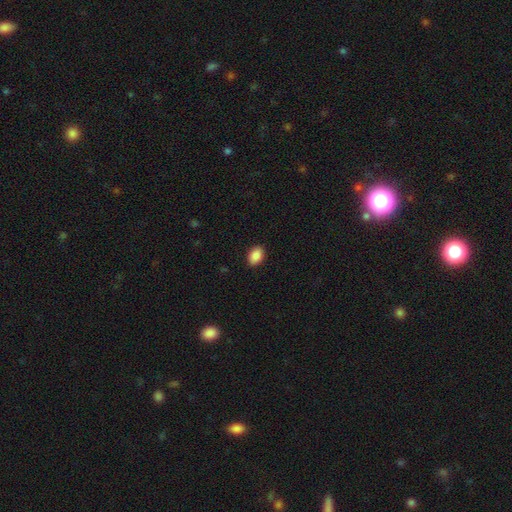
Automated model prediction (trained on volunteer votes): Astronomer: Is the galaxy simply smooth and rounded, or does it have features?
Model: smooth — 89%.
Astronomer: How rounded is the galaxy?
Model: in between — 83%.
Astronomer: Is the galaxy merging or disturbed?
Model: none — 89%.